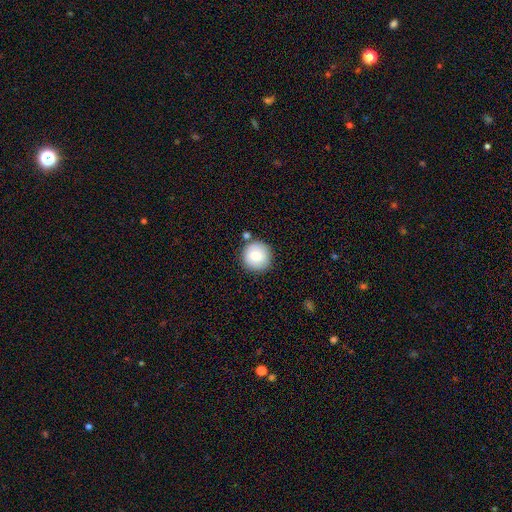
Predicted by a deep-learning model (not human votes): Smooth or featured? Predicted: smooth (p=0.81). How rounded? Predicted: round (p=0.94). Merging? Predicted: none (p=0.82).